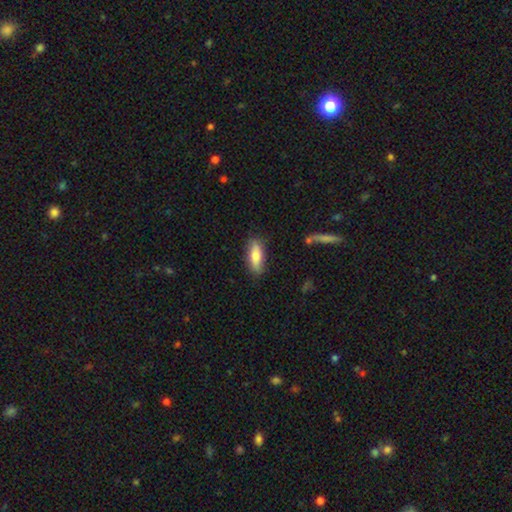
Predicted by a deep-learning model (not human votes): Smooth or featured? smooth (71%)
How rounded? in between (56%)
Merging? none (83%)